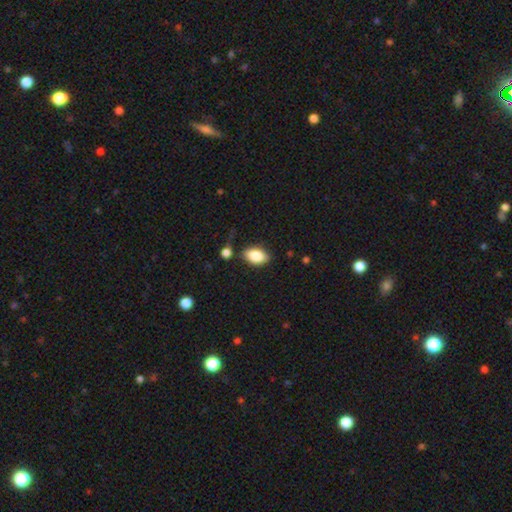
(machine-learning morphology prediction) A smooth galaxy with no disk features (84%) that is in between round and cigar-shaped (91%). Merging: none (77%).